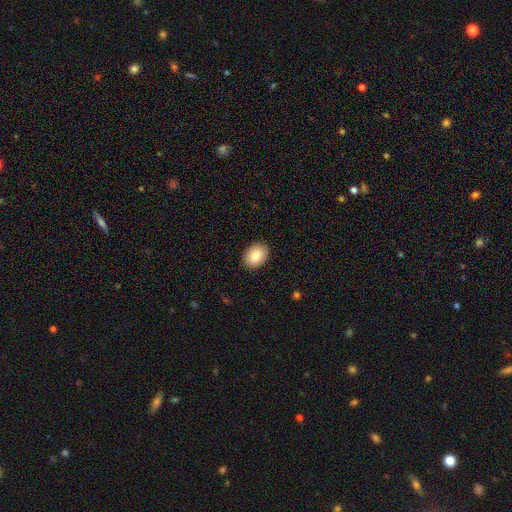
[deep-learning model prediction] smooth_or_featured: smooth (p=0.85) [alt: featured or disk p=0.08]
how_rounded: in between (p=0.75) [alt: round p=0.24]
merging: none (p=0.89) [alt: minor disturbance p=0.08]